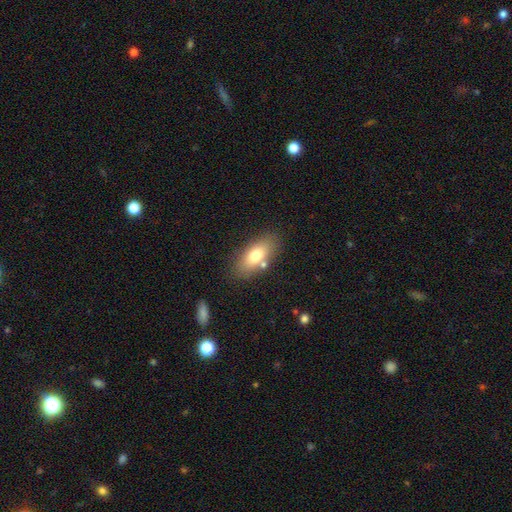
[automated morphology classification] A smooth galaxy with no disk features (75%) that is in between round and cigar-shaped (86%). Merging: none (77%).